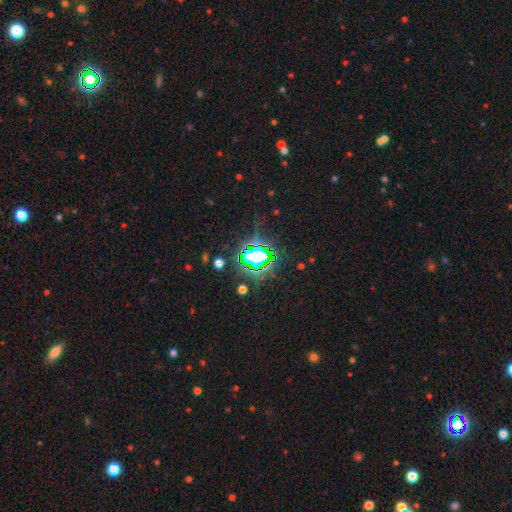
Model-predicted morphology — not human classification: smooth_or_featured: star or artifact (p=0.72) [alt: smooth p=0.16]